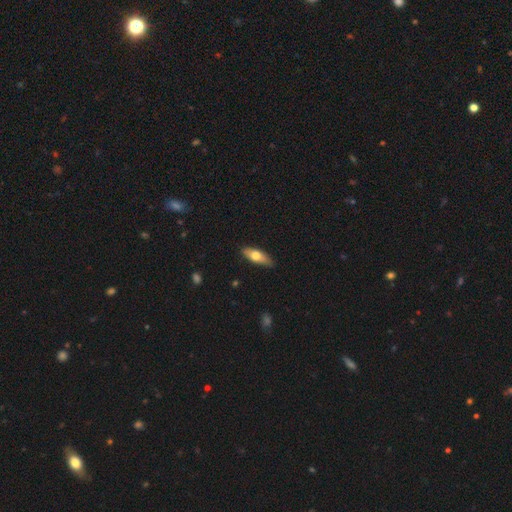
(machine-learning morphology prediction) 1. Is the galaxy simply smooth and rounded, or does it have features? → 60% smooth, 34% featured or disk, 6% star or artifact.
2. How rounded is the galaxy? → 58% in between, 39% cigar-shaped, 3% round.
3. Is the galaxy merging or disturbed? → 84% none, 13% minor disturbance, 2% major disturbance, 1% merger.